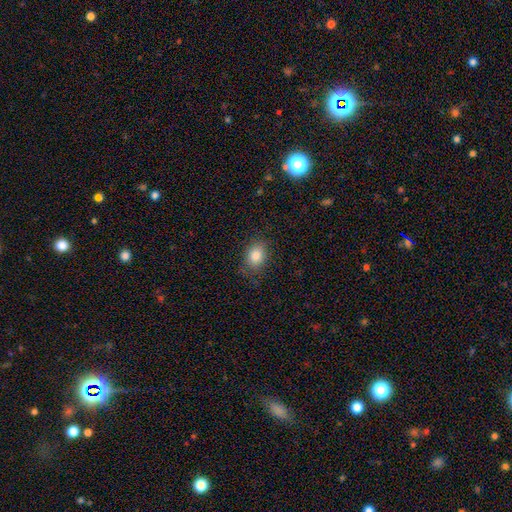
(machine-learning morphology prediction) This is clearly a smooth galaxy (84%). How rounded: likely in between (69%). Merging: likely none (78%).